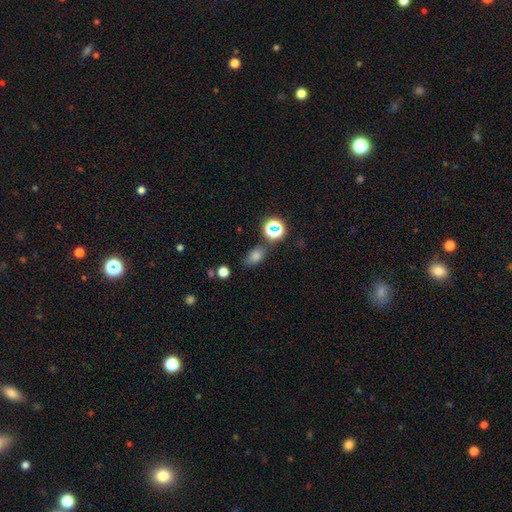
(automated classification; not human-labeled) A smooth galaxy with no disk features (59%) that is in between round and cigar-shaped (67%). Merging: none (74%).